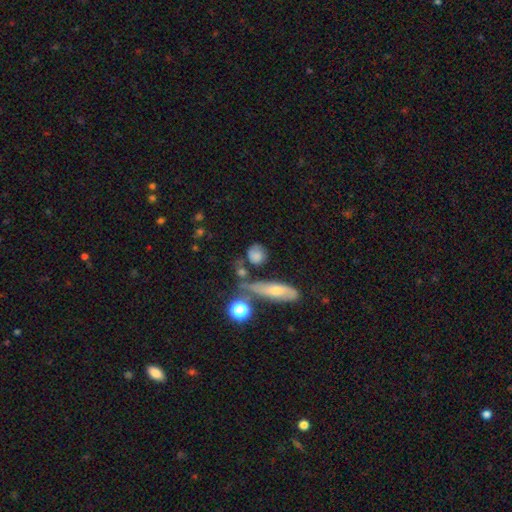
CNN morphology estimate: This is likely a smooth galaxy (76%). How rounded: likely round (70%). Merging: likely none (61%).